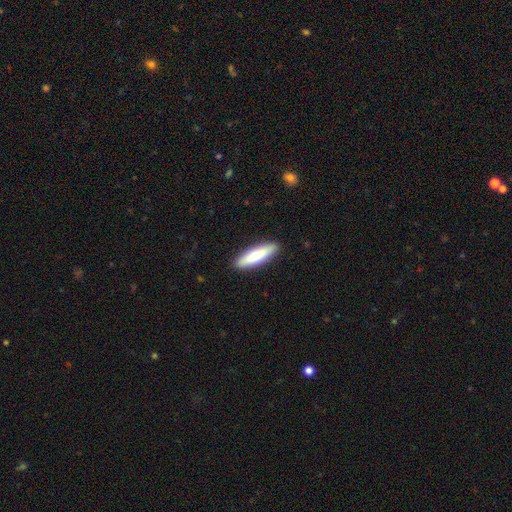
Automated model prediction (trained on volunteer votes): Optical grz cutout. It shows a smooth galaxy with no disk features (74%) that is cigar-shaped (68%). Merging: none (89%).